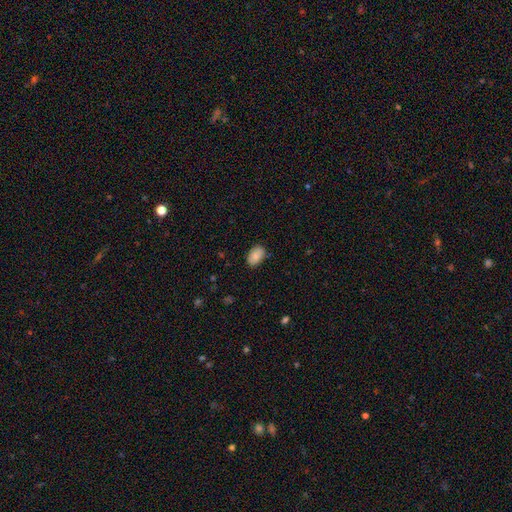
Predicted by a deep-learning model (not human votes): This is clearly a smooth galaxy (83%). How rounded: clearly in between (89%). Merging: likely none (80%).